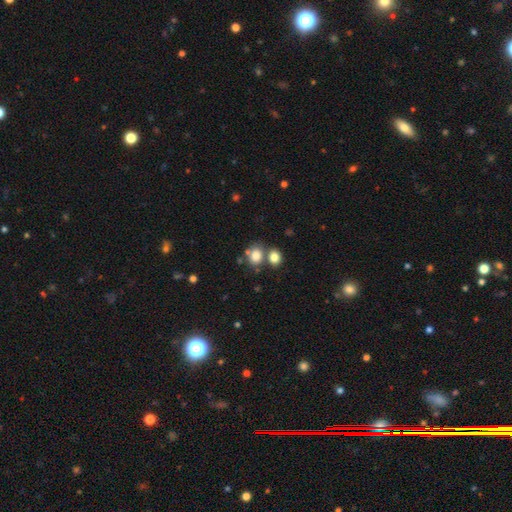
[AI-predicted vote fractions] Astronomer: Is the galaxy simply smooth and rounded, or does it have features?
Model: smooth — 81%.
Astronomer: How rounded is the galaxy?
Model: round — 58% (runner-up: in between, 41%).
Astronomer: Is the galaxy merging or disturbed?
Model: none — 51% (runner-up: merger, 34%).